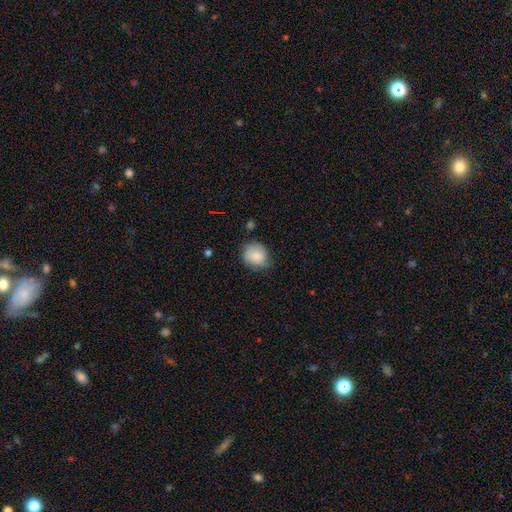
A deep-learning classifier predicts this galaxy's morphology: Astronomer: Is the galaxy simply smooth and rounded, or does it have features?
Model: smooth — 82%.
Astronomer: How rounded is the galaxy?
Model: round — 73%.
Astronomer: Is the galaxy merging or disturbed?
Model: none — 66%.